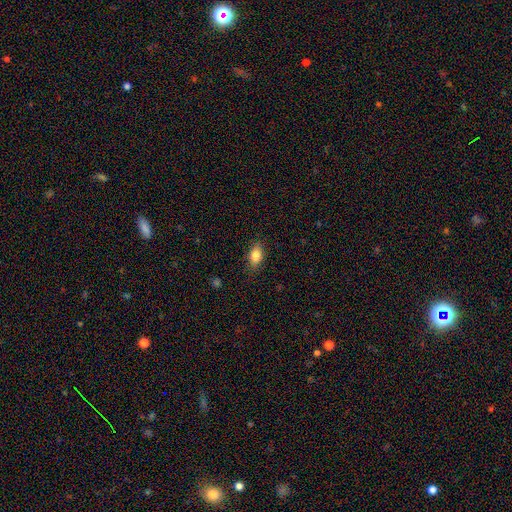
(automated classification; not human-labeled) Smooth or featured: smooth — 81% (featured or disk — 11%)
How rounded: in between — 83% (round — 9%)
Merging: none — 83% (minor disturbance — 14%)